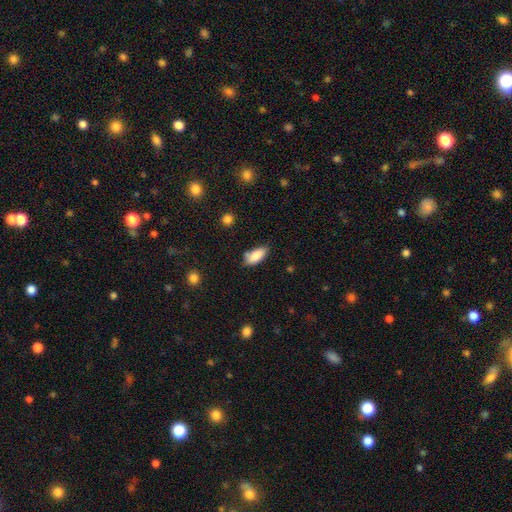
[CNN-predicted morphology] Overall: smooth (86%). How rounded: in between (85%). Merging: none (71%).